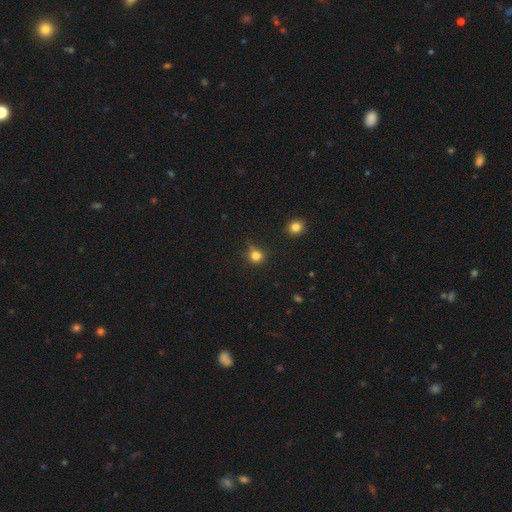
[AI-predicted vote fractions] Smooth or featured? Predicted: smooth (p=0.80). How rounded? Predicted: round (p=0.87). Merging? Predicted: none (p=0.75).